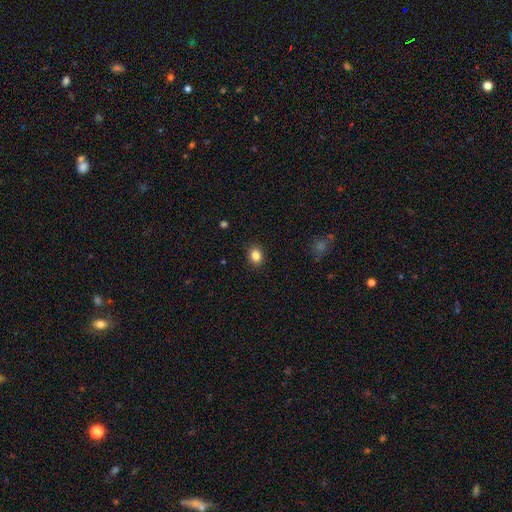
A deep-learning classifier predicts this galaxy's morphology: A smooth galaxy with no disk features (85%) that is round (55%). Merging: none (89%).